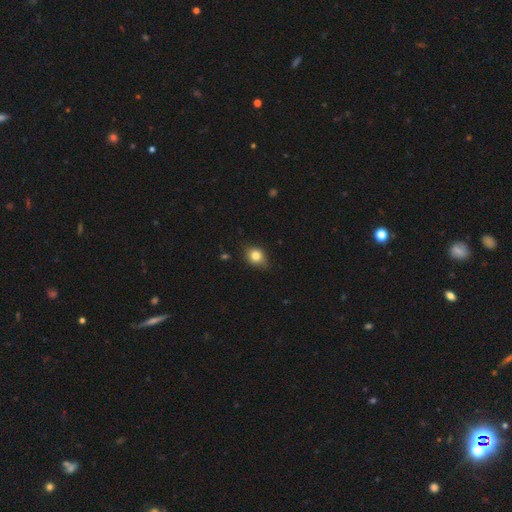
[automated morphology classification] smooth-or-featured: smooth: 81% | star or artifact: 10% | featured or disk: 9%
  how-rounded: round: 57% | in between: 42% | cigar-shaped: 1%
  merging: none: 72% | minor disturbance: 23% | major disturbance: 3% | merger: 1%